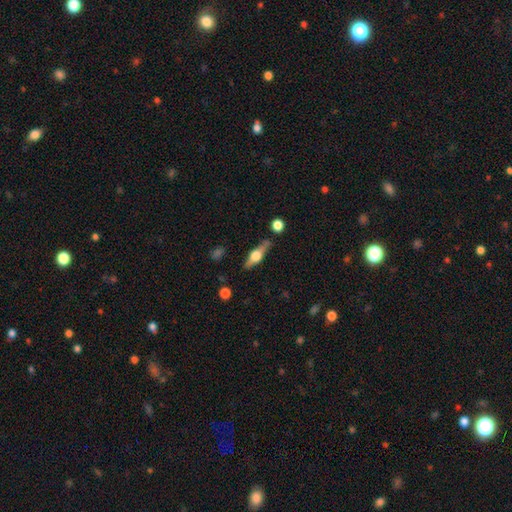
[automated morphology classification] Smooth or featured: featured or disk — 66% (smooth — 27%)
Edge-on disk: yes — 95% (no — 5%)
Edge-on bulge: rounded — 92% (boxy — 6%)
Merging: none — 82% (minor disturbance — 11%)